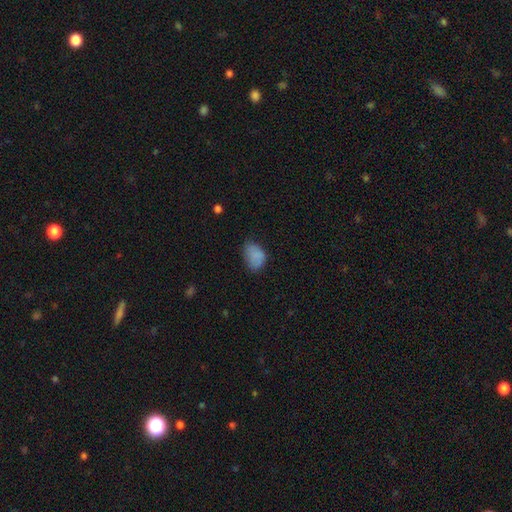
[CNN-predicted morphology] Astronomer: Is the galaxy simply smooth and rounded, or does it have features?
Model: smooth — 80%.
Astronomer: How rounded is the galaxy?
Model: in between — 82%.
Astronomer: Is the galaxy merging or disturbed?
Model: none — 47% (runner-up: minor disturbance, 38%).